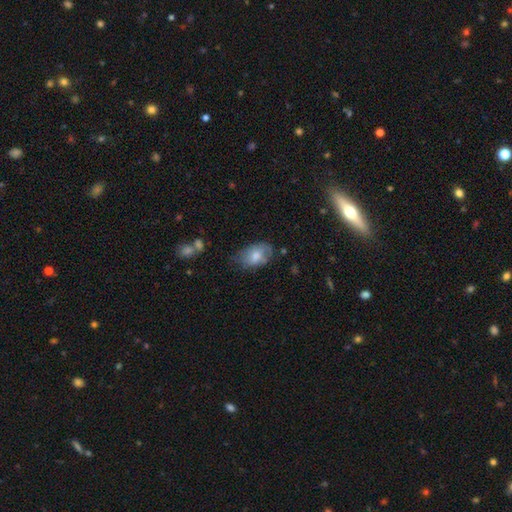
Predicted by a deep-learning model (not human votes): smooth-or-featured: smooth: 70% | featured or disk: 23% | star or artifact: 7%
  how-rounded: in between: 89% | round: 10% | cigar-shaped: 1%
  merging: none: 51% | minor disturbance: 34% | major disturbance: 11% | merger: 3%